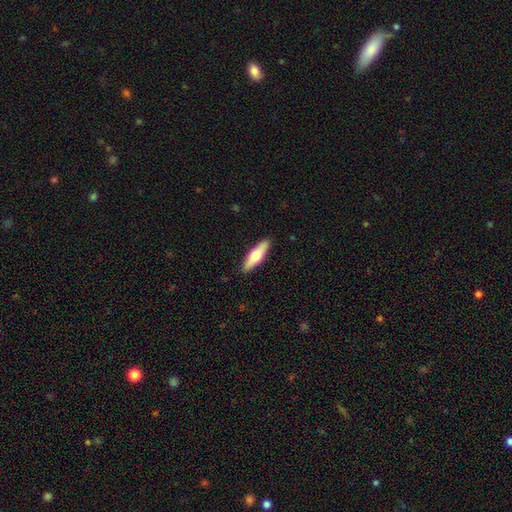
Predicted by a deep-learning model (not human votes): smooth_or_featured: smooth (p=0.55) [alt: featured or disk p=0.40]
how_rounded: cigar-shaped (p=0.61) [alt: in between p=0.37]
merging: none (p=0.90) [alt: minor disturbance p=0.07]